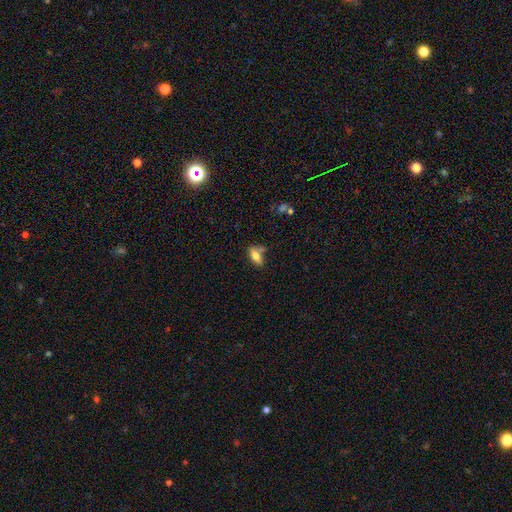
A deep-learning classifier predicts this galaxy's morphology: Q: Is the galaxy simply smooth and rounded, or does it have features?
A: smooth — 75%.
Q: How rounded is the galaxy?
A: in between — 84%.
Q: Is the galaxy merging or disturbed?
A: none — 52%.